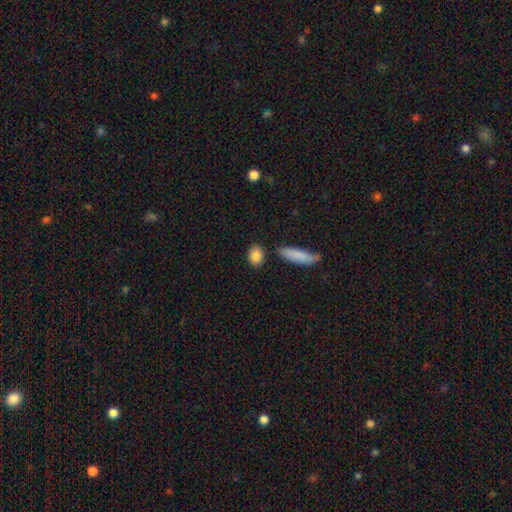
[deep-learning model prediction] Smooth or featured: smooth — 86% (star or artifact — 7%)
How rounded: in between — 73% (round — 21%)
Merging: none — 79% (minor disturbance — 11%)